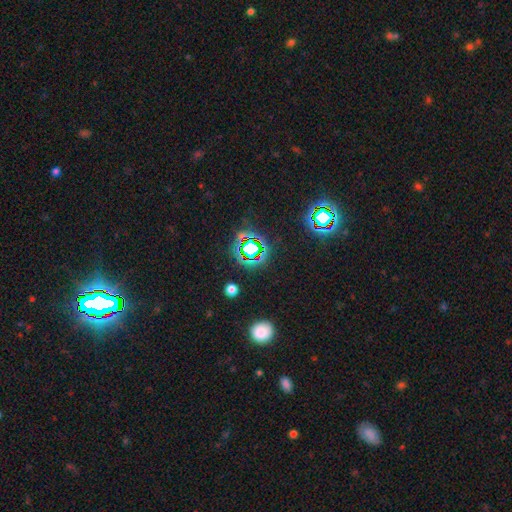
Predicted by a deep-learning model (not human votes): A star or artifact, not a galaxy (70%).